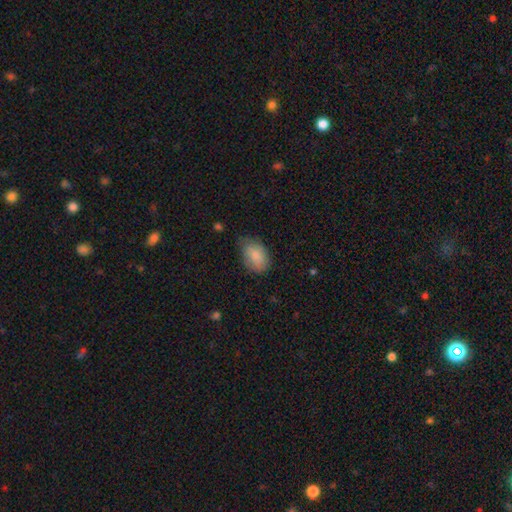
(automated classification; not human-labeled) Smooth or featured? smooth (84%)
How rounded? in between (86%)
Merging? none (61%)